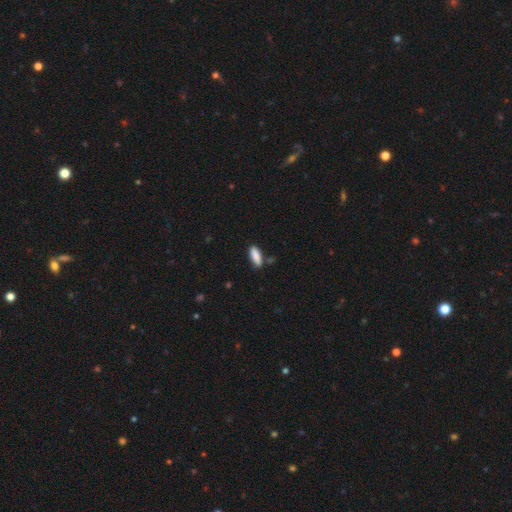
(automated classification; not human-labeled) Q: Smooth or featured?
A: smooth (88%); runner-up: star or artifact (6%)
Q: How rounded?
A: in between (62%); runner-up: cigar-shaped (36%)
Q: Merging?
A: none (75%); runner-up: minor disturbance (16%)